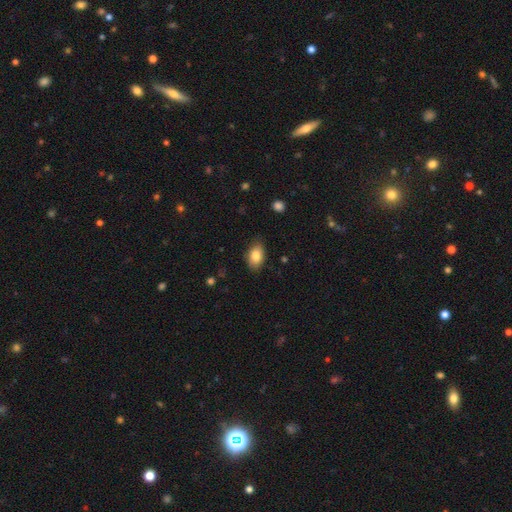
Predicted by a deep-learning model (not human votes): A smooth galaxy with no disk features (84%) that is in between round and cigar-shaped (88%). Merging: none (82%).